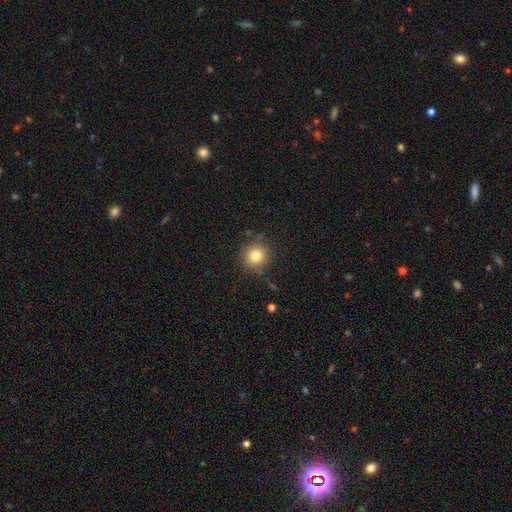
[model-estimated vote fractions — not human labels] This is clearly a smooth galaxy (82%). How rounded: clearly round (91%). Merging: clearly none (83%).